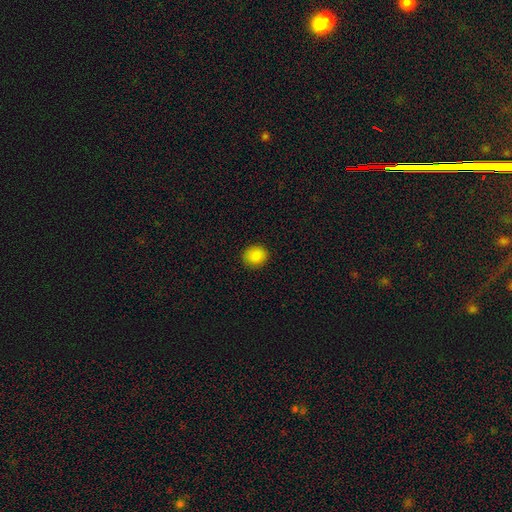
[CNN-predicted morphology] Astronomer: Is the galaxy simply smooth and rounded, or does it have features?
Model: smooth — 87%.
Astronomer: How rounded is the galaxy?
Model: round — 74%.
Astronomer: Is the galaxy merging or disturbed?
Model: none — 90%.